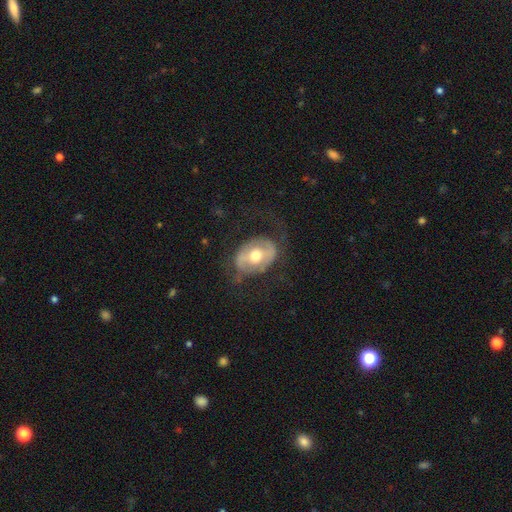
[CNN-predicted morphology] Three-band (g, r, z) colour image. It shows a featured or disk galaxy (61%) with no bar (39%), no spiral arms (53%) and a moderate central bulge (75%). Merging: none (60%).